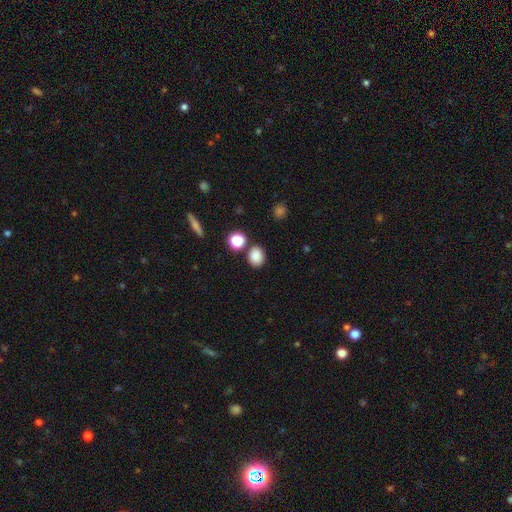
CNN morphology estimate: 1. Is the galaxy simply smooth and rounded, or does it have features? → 84% smooth, 11% star or artifact, 4% featured or disk.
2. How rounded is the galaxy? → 52% round, 47% in between, 1% cigar-shaped.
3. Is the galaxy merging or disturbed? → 78% none, 10% minor disturbance, 9% merger, 3% major disturbance.